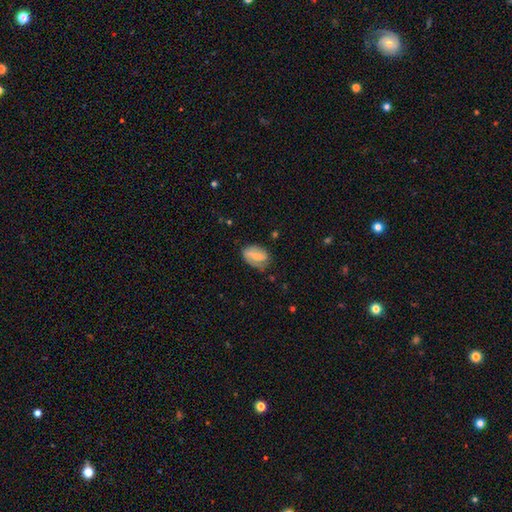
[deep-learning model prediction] This appears to be a smooth galaxy with no disk features (49%). Merging: none (61%).